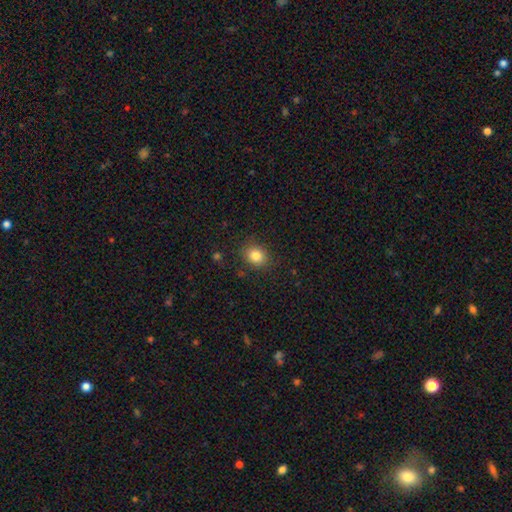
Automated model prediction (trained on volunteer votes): Morphology: type=smooth (83%); roundness=round (63%); merging=none (86%).